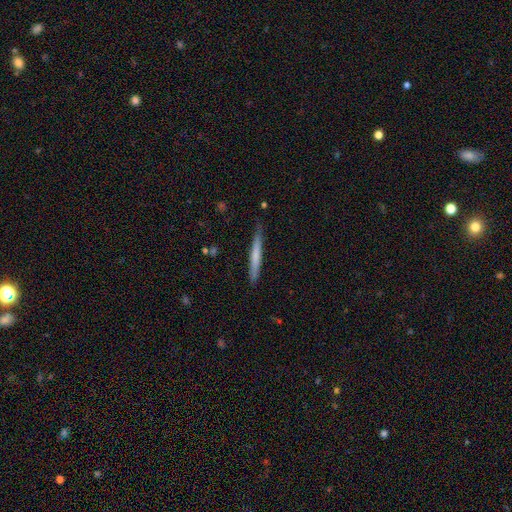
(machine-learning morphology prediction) This appears to be a smooth galaxy with no disk features (64%) that is cigar-shaped (96%). Merging: none (84%).